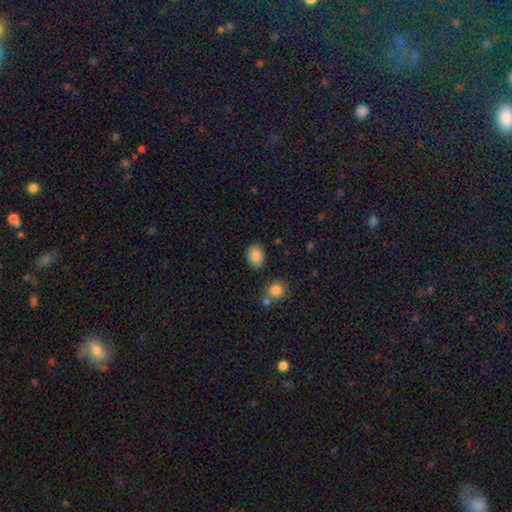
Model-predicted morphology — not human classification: smooth 86%, star or artifact 8%, featured or disk 6%. Down the decision tree: how rounded — in between (62%); merging — none (83%).